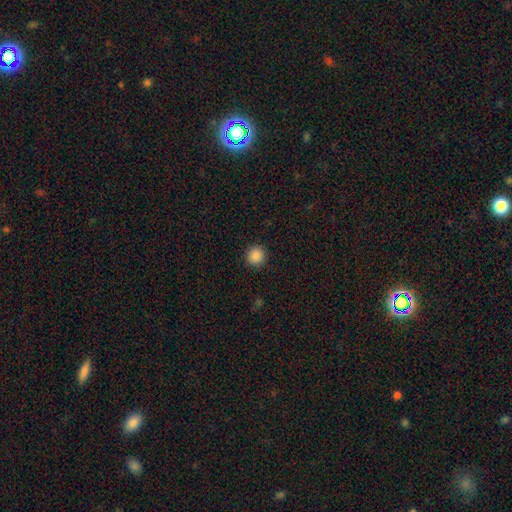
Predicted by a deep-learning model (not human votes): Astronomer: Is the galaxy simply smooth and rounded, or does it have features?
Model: smooth — 87%.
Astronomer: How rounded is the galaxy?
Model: round — 94%.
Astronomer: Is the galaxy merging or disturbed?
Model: none — 92%.